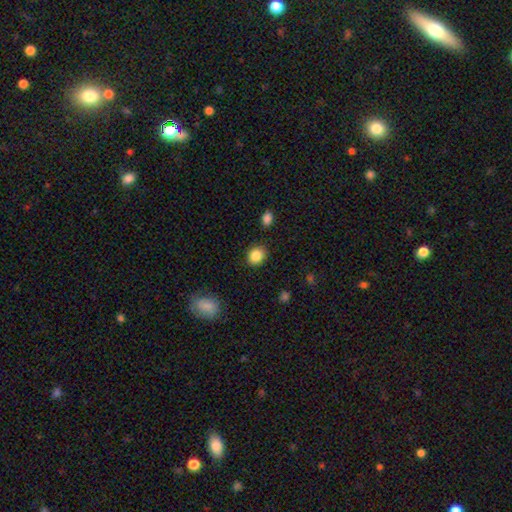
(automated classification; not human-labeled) Q: Smooth or featured?
A: smooth (86%); runner-up: star or artifact (9%)
Q: How rounded?
A: round (68%); runner-up: in between (31%)
Q: Merging?
A: none (87%); runner-up: minor disturbance (9%)